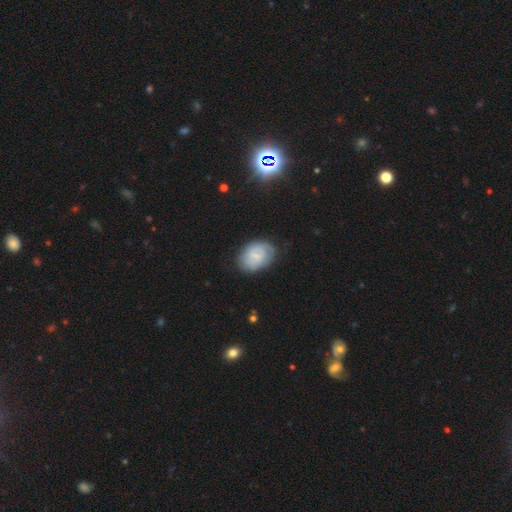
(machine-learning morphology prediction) smooth_or_featured: smooth (p=0.53) [alt: featured or disk p=0.39]
how_rounded: in between (p=0.77) [alt: round p=0.22]
merging: none (p=0.73) [alt: minor disturbance p=0.20]